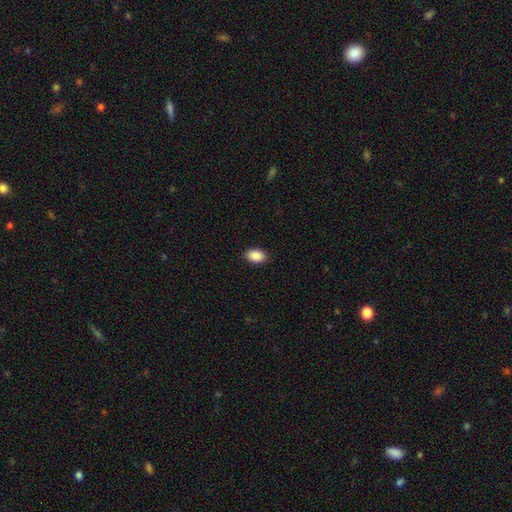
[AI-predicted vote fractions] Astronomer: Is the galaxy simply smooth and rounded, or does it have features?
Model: smooth — 89%.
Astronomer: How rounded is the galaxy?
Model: in between — 89%.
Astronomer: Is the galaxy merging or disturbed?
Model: none — 88%.